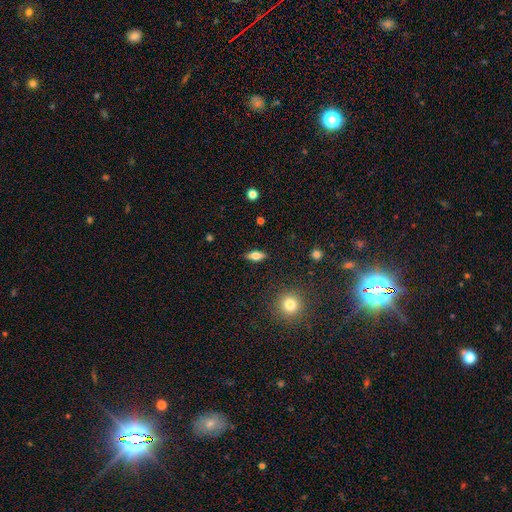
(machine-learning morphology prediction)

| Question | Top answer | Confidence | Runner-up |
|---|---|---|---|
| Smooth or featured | smooth | 66% | featured or disk (26%) |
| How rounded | in between | 79% | cigar-shaped (17%) |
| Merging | none | 88% | minor disturbance (9%) |